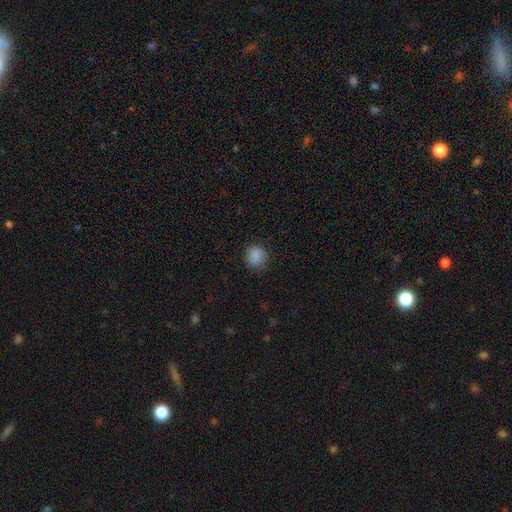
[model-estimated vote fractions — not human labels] Smooth or featured: smooth — 88% (star or artifact — 9%)
How rounded: round — 88% (in between — 11%)
Merging: none — 87% (minor disturbance — 9%)